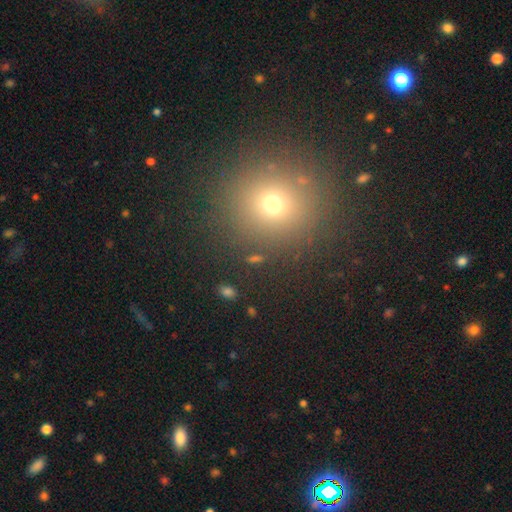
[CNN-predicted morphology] A smooth galaxy with no disk features (64%) that is round (89%).

Vote fractions:
- Smooth or featured? smooth: 64% / star or artifact: 26% / featured or disk: 10%
- How rounded? round: 89% / in between: 10% / cigar-shaped: 1%
- Merging? none: 86% / minor disturbance: 7% / merger: 4% / major disturbance: 3%